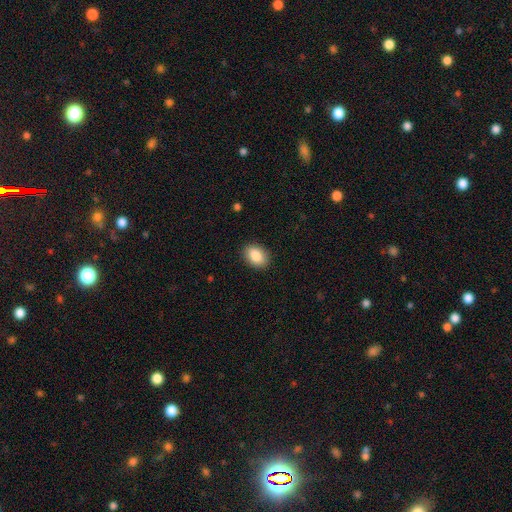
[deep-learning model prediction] Smooth or featured?
  - smooth: 87% *
  - star or artifact: 7%
  - featured or disk: 5%
How rounded?
  - in between: 80% *
  - round: 19%
  - cigar-shaped: 1%
Merging?
  - none: 89% *
  - minor disturbance: 8%
  - major disturbance: 2%
  - merger: 1%